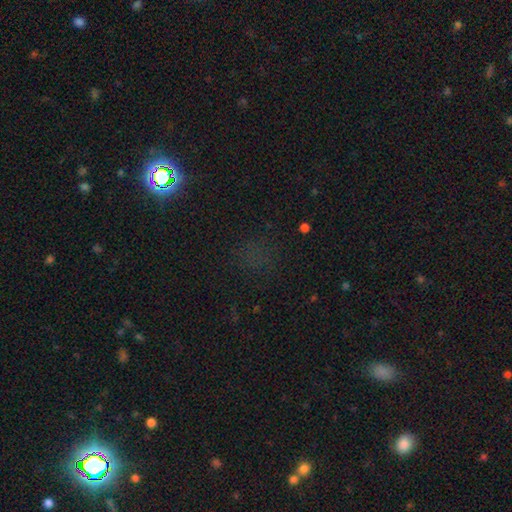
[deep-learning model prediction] The model was most divided on "smooth or featured": star or artifact: 59%, smooth: 29%, featured or disk: 11%.